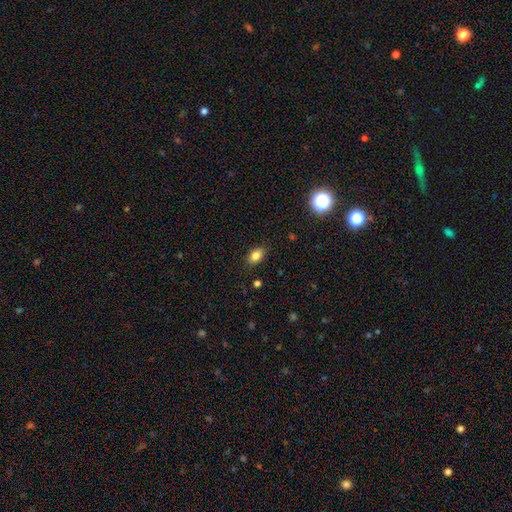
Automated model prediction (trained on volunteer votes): A smooth galaxy with no disk features (83%) that is in between round and cigar-shaped (83%). Merging: none (86%).